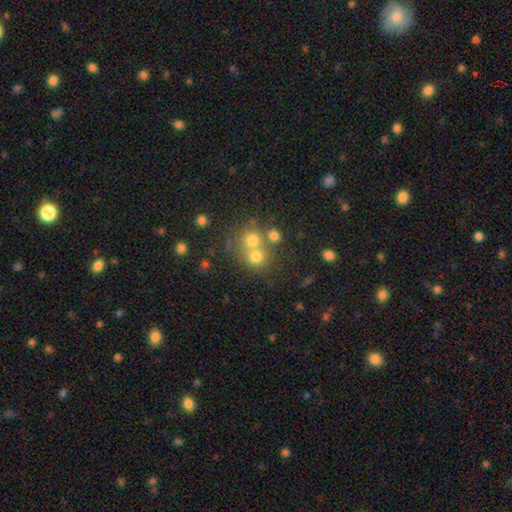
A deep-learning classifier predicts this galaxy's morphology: type=smooth (69%); roundness=round (84%); merging=none (46%).